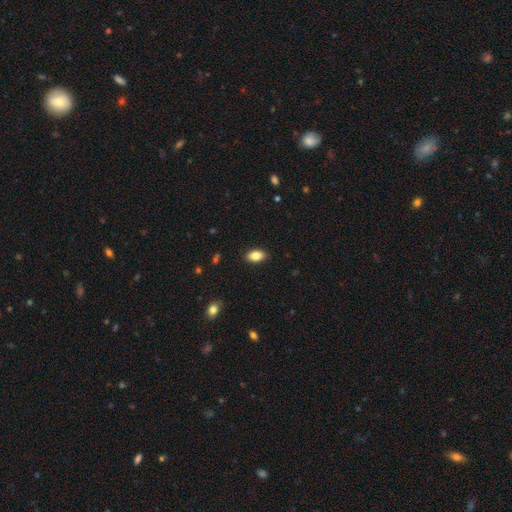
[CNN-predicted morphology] smooth 84%, featured or disk 9%, star or artifact 8%. Down the decision tree: how rounded — in between (91%); merging — none (88%).